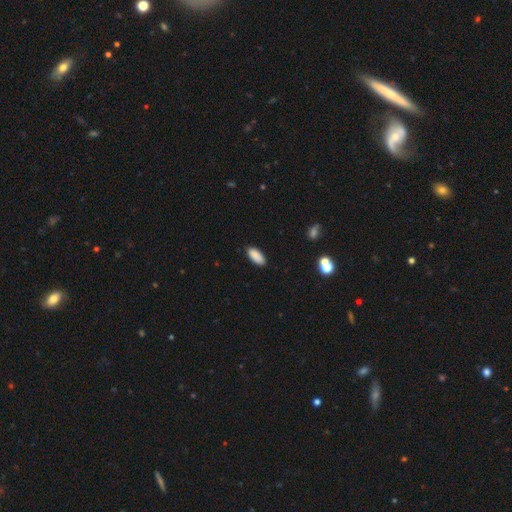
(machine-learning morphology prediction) Smooth or featured: smooth — 89% (star or artifact — 7%)
How rounded: in between — 87% (cigar-shaped — 11%)
Merging: none — 89% (minor disturbance — 9%)